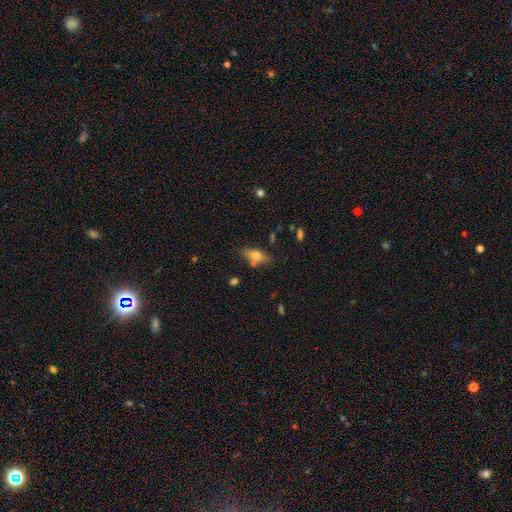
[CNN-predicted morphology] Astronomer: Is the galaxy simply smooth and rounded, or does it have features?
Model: smooth — 72%.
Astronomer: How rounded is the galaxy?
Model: in between — 76%.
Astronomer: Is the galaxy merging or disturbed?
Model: none — 70%.